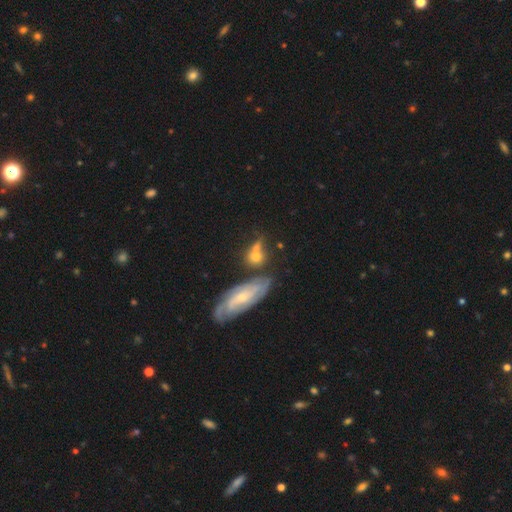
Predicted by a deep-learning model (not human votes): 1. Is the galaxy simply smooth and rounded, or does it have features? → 48% smooth, 40% featured or disk, 12% star or artifact.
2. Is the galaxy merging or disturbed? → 50% none, 28% merger, 15% minor disturbance, 7% major disturbance.